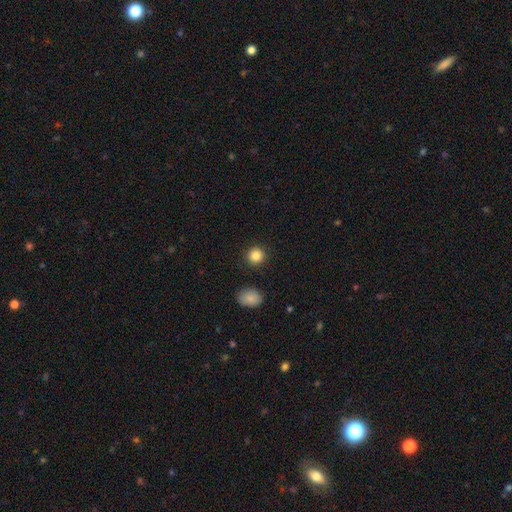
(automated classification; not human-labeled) Q: Smooth or featured?
A: smooth (86%); runner-up: star or artifact (10%)
Q: How rounded?
A: round (91%); runner-up: in between (8%)
Q: Merging?
A: none (91%); runner-up: minor disturbance (5%)